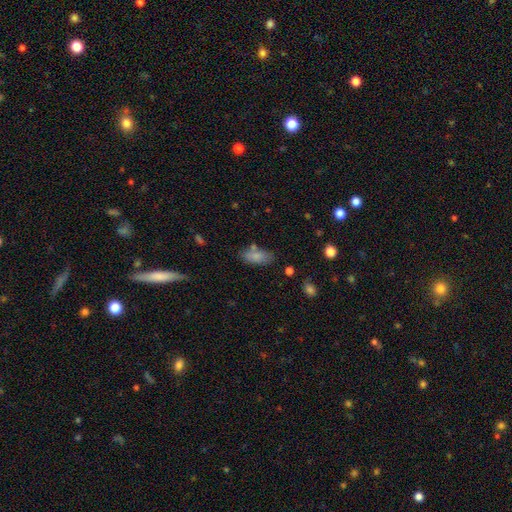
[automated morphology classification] type=smooth (82%); roundness=in between (88%); merging=none (68%).